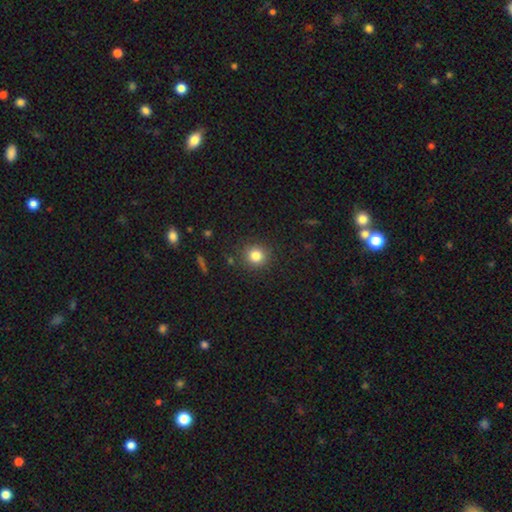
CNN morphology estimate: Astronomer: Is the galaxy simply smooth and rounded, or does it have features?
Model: smooth — 81%.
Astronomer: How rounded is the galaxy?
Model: round — 91%.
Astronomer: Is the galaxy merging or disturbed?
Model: none — 88%.